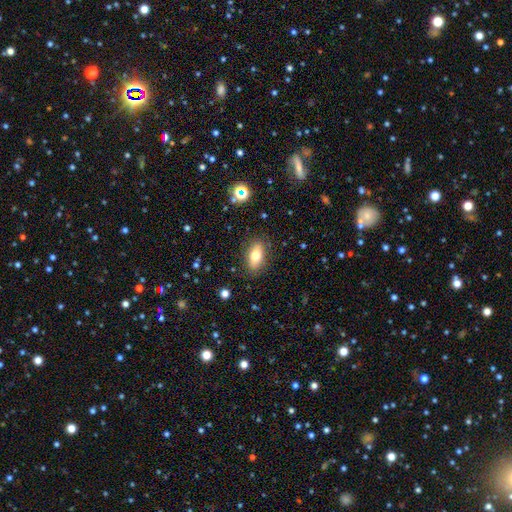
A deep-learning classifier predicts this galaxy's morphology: Smooth or featured? smooth (74%)
How rounded? in between (88%)
Merging? none (84%)